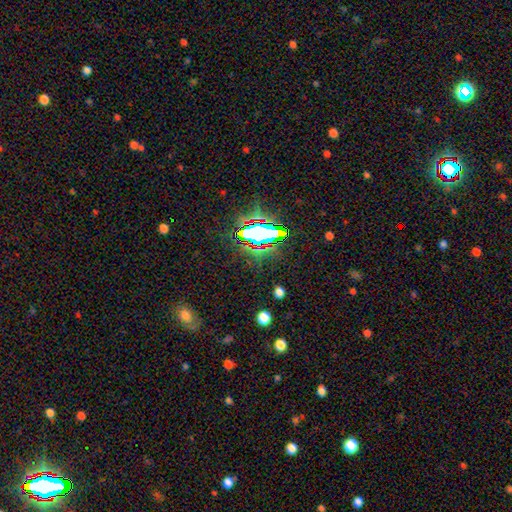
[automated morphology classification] smooth_or_featured: star or artifact (p=0.80) [alt: smooth p=0.12]